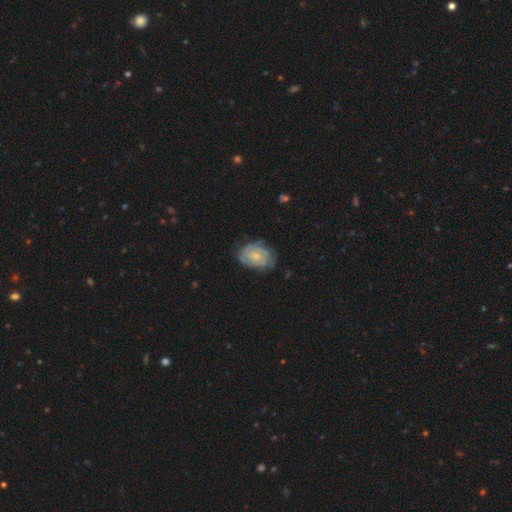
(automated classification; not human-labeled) featured or disk 60%, smooth 33%, star or artifact 7%. Down the decision tree: edge-on disk — no (97%); bar — no (78%); spiral arms — yes (79%); bulge size — small (63%); merging — none (68%).